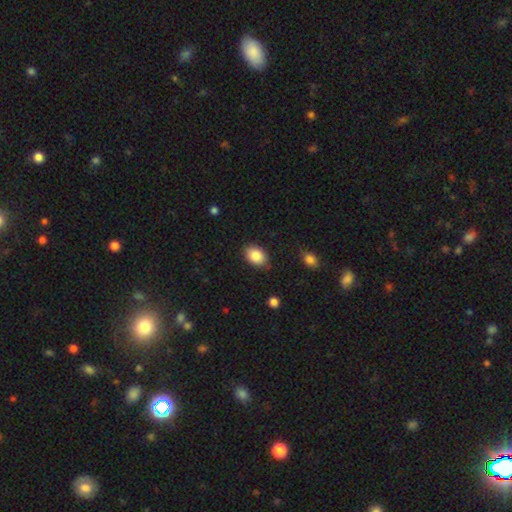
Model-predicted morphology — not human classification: Smooth or featured? Predicted: smooth (p=0.85). How rounded? Predicted: in between (p=0.79). Merging? Predicted: none (p=0.82).